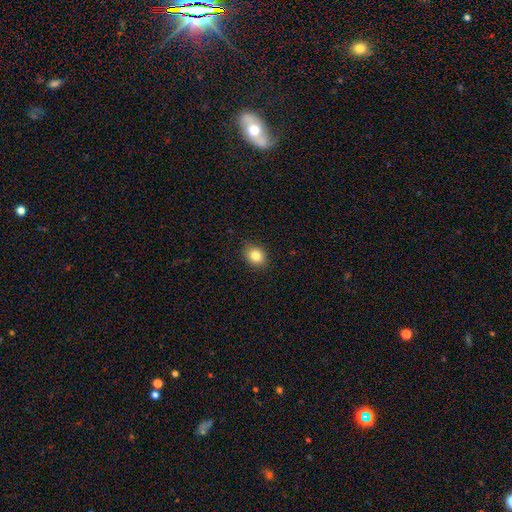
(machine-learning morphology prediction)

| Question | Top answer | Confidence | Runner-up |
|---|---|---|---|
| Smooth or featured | smooth | 83% | star or artifact (10%) |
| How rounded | in between | 50% | round (49%) |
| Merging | none | 88% | minor disturbance (9%) |